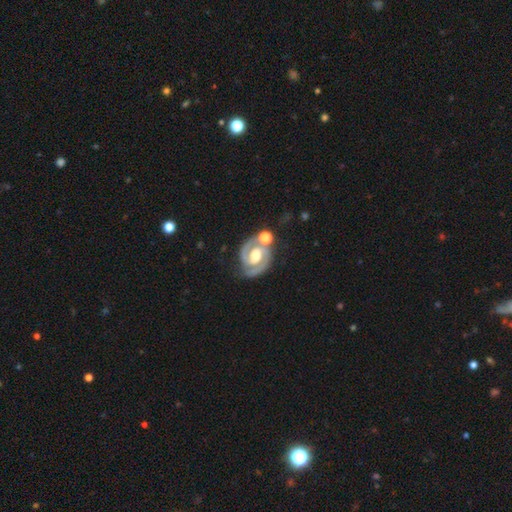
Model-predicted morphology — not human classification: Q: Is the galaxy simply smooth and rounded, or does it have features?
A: featured or disk — 91%.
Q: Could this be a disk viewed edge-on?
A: no — 98%.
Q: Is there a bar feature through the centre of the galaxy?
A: weak — 40%.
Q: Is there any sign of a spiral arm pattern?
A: yes — 97%.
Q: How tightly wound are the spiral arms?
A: tight — 58%.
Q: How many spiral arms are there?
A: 2 — 92%.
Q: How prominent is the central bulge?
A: moderate — 69%.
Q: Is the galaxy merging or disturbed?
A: none — 69%.